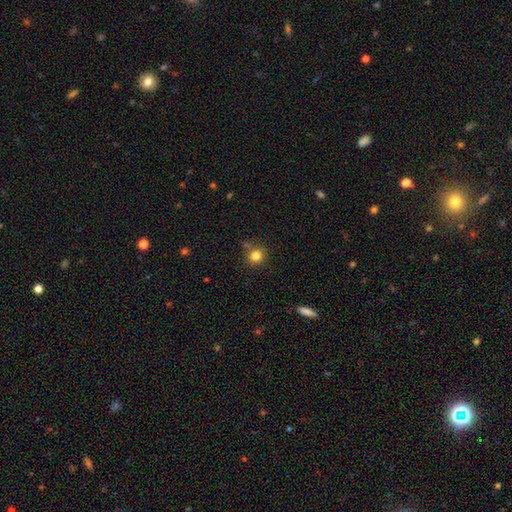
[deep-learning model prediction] Smooth or featured? Predicted: smooth (p=0.83). How rounded? Predicted: round (p=0.86). Merging? Predicted: none (p=0.77).